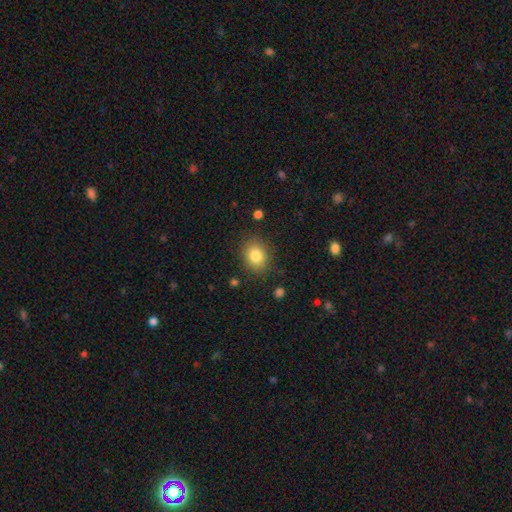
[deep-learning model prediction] Morphology: type=smooth (82%); roundness=round (56%); merging=none (84%).